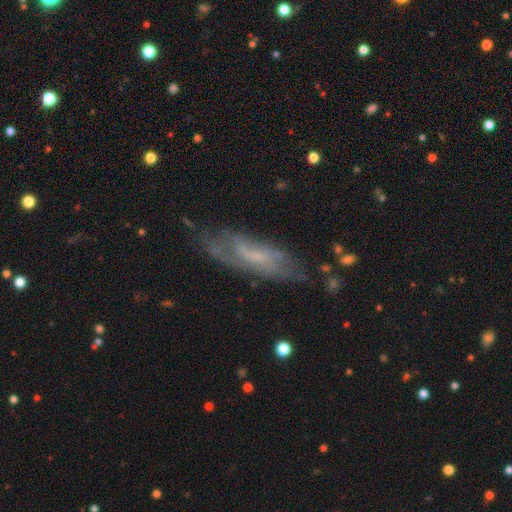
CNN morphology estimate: type=featured or disk (64%); edge-on=no (75%); merging=none (63%).